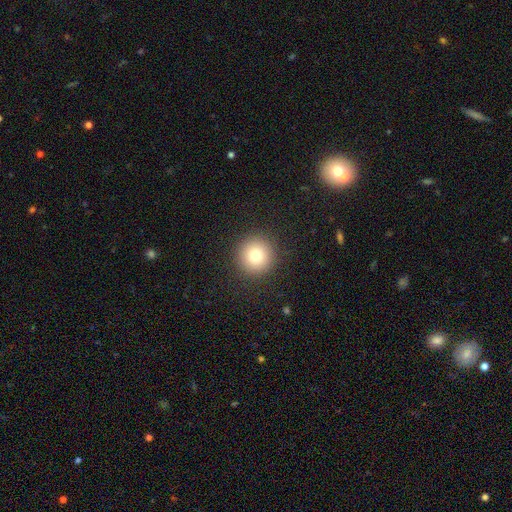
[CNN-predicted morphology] A smooth galaxy with no disk features (79%) that is round (95%).

Vote fractions:
- Smooth or featured? smooth: 79% / star or artifact: 12% / featured or disk: 9%
- How rounded? round: 95% / in between: 4% / cigar-shaped: 1%
- Merging? none: 91% / minor disturbance: 5% / major disturbance: 2% / merger: 1%